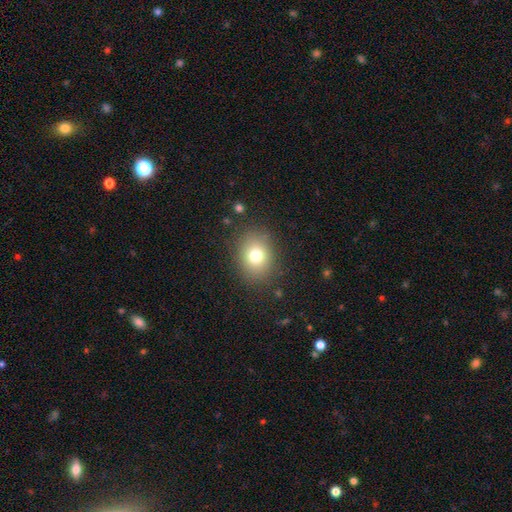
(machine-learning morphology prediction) Smooth or featured? smooth (76%)
How rounded? round (57%)
Merging? none (85%)